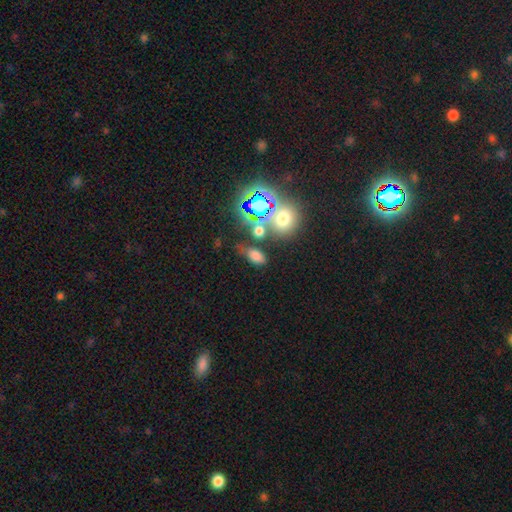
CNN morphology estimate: The model was most divided on "smooth or featured": smooth: 65%, star or artifact: 25%, featured or disk: 11%. More confident: how rounded — in between (82%); merging — none (60%).